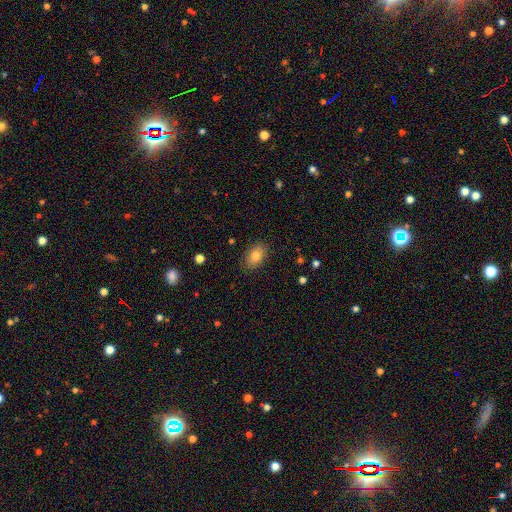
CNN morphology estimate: This appears to be a smooth galaxy with no disk features (82%) that is in between round and cigar-shaped (84%). Merging: none (86%).